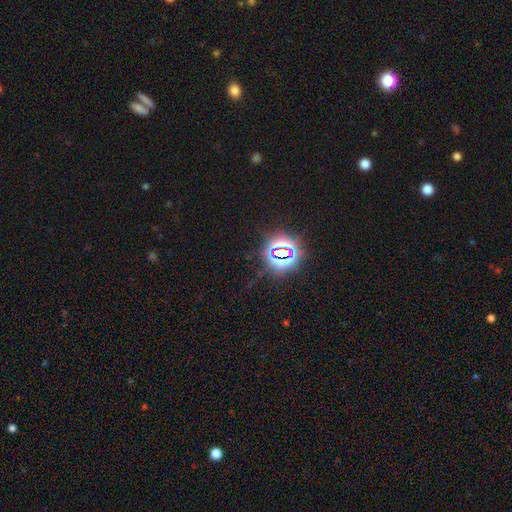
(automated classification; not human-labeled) smooth-or-featured: star or artifact: 81% | smooth: 12% | featured or disk: 7%